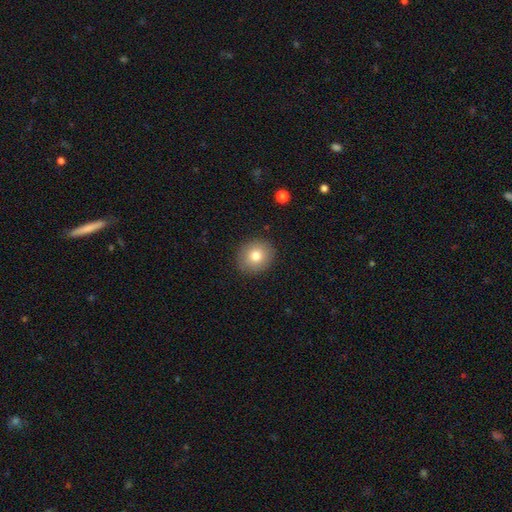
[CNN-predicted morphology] Overall: smooth (79%). How rounded: round (76%). Merging: none (89%).